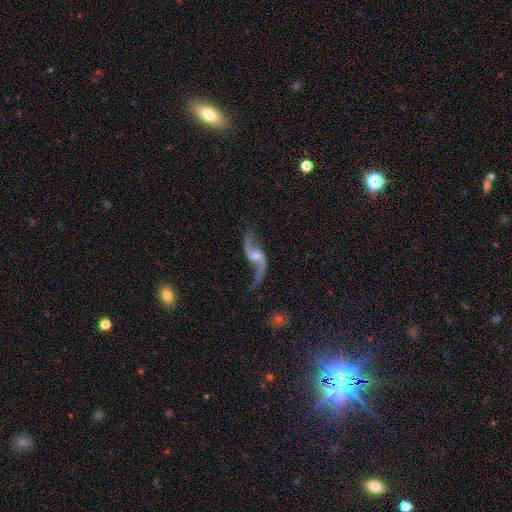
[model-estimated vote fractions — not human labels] Overall: featured or disk (91%). Edge-on disk: no (96%). Bar: no (52%; weak 37%). Spiral arms: yes (97%). Spiral arm count: 2 (94%). Spiral winding: loose (91%). Bulge size: small (50%; moderate 32%). Merging: none (71%).